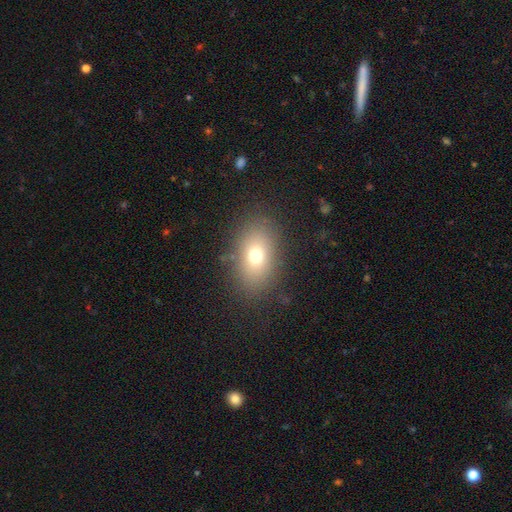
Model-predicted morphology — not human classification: smooth-or-featured: smooth: 72% | featured or disk: 15% | star or artifact: 14%
  how-rounded: in between: 78% | round: 20% | cigar-shaped: 2%
  merging: none: 85% | minor disturbance: 10% | major disturbance: 4% | merger: 1%